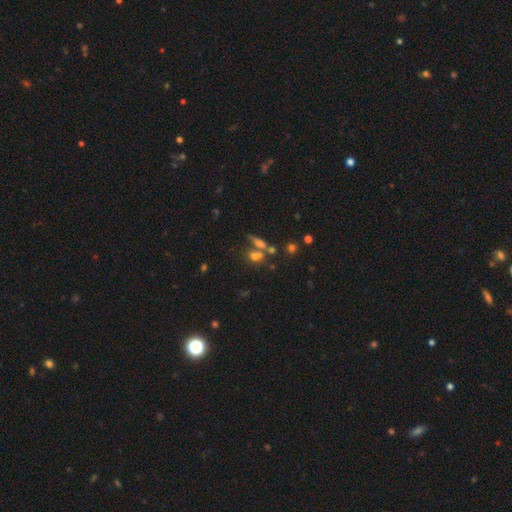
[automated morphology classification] The model was most divided on "merging": none: 43%, merger: 40%, minor disturbance: 11%, major disturbance: 7%. More confident: smooth or featured — smooth (57%); how rounded — in between (54%).